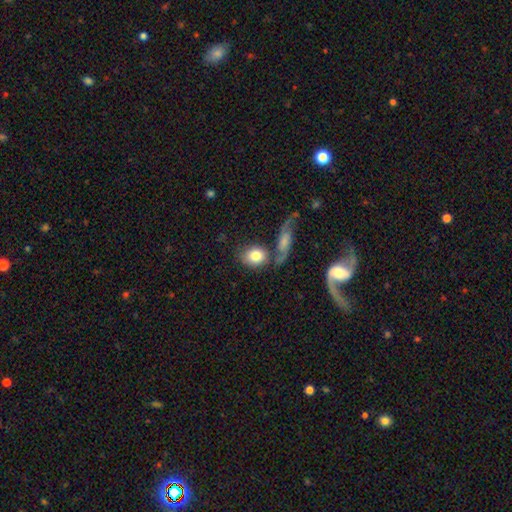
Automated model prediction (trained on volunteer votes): Smooth or featured? smooth (79%)
How rounded? in between (51%)
Merging? none (53%)